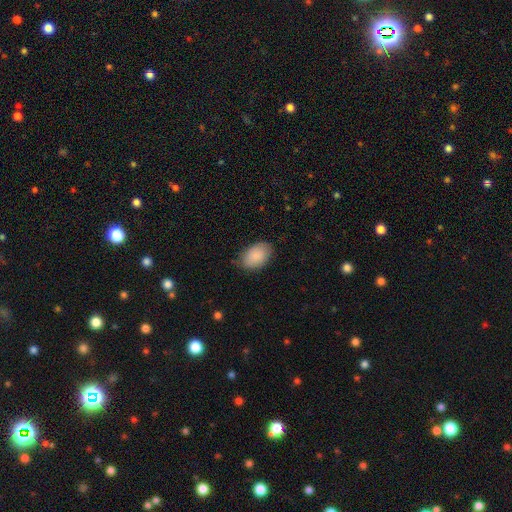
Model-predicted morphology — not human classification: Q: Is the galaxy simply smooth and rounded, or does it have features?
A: smooth — 88%.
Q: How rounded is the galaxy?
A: in between — 90%.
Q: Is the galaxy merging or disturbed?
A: none — 80%.